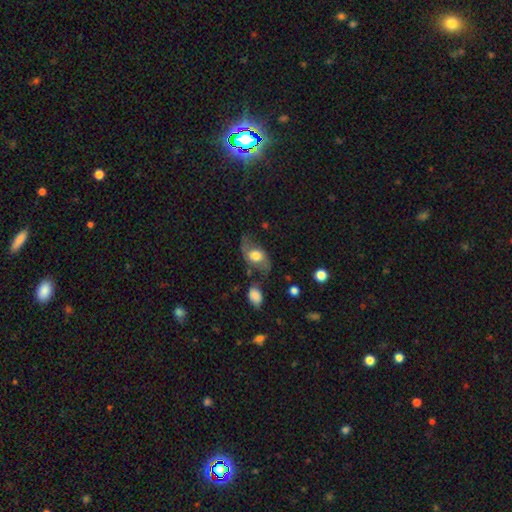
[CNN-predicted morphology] This is possibly a featured or disk galaxy (52%). It is clearly not viewed edge-on (91%). Merging: possibly none (57%).